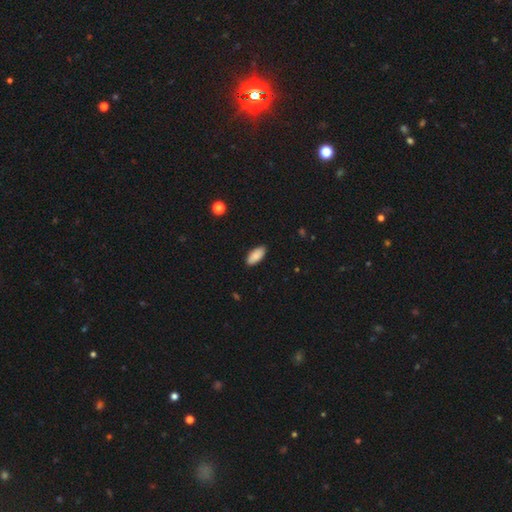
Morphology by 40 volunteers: type=smooth (82%); roundness=in between (94%); merging=none (95%).